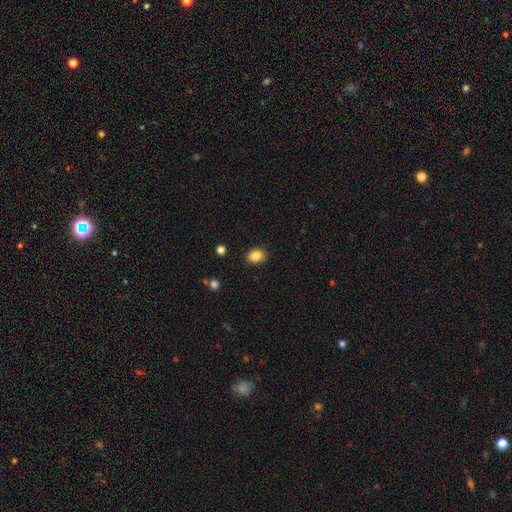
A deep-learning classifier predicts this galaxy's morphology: Q: Smooth or featured?
A: smooth (86%); runner-up: star or artifact (9%)
Q: How rounded?
A: in between (61%); runner-up: round (38%)
Q: Merging?
A: none (87%); runner-up: minor disturbance (9%)